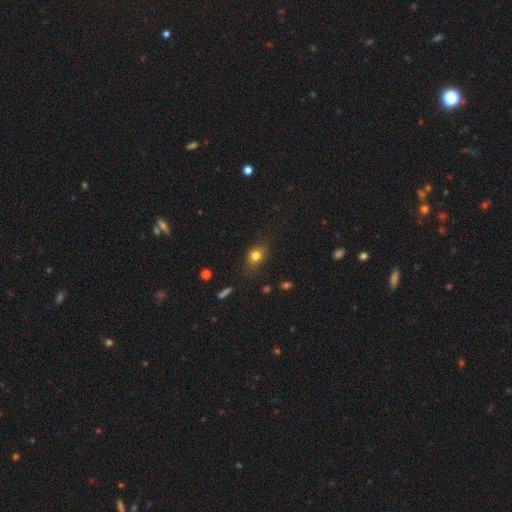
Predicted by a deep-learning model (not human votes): smooth-or-featured: smooth: 79% | star or artifact: 12% | featured or disk: 9%
  how-rounded: in between: 52% | round: 47% | cigar-shaped: 2%
  merging: none: 71% | minor disturbance: 22% | major disturbance: 6% | merger: 2%